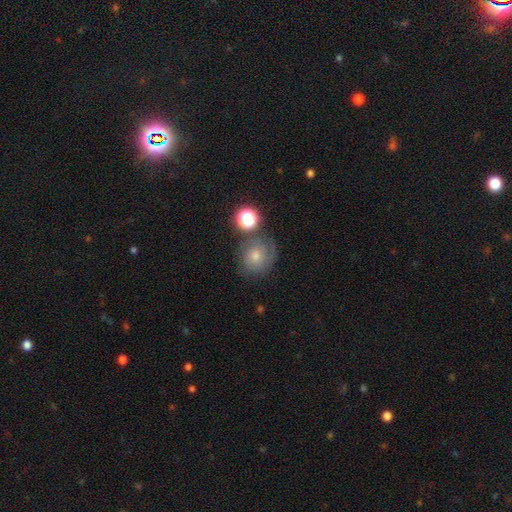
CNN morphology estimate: This appears to be a smooth galaxy with no disk features (49%). Merging: none (61%).